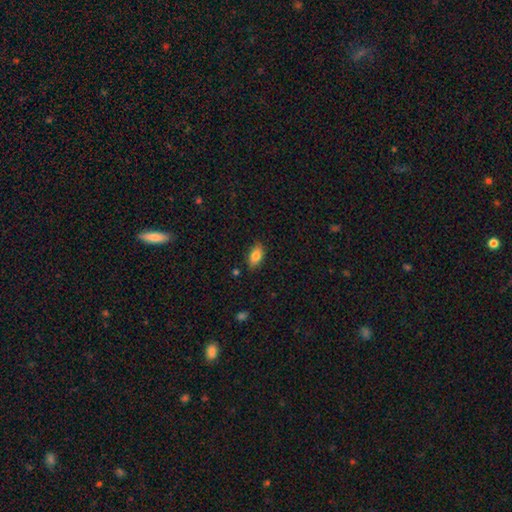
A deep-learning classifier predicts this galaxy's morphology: This appears to be a smooth galaxy with no disk features (80%) that is in between round and cigar-shaped (88%). Merging: none (84%).